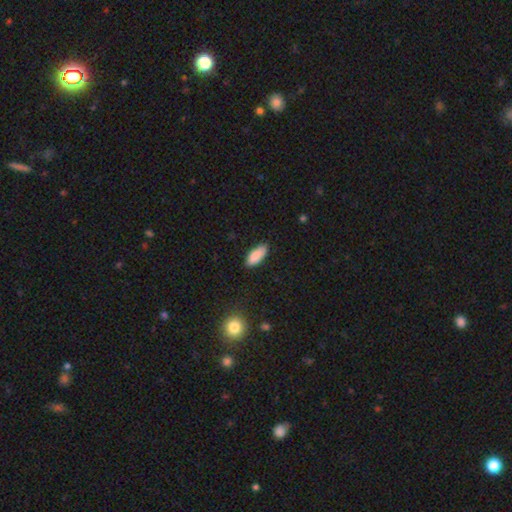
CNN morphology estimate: smooth 89%, star or artifact 6%, featured or disk 5%. Down the decision tree: how rounded — in between (84%); merging — none (85%).